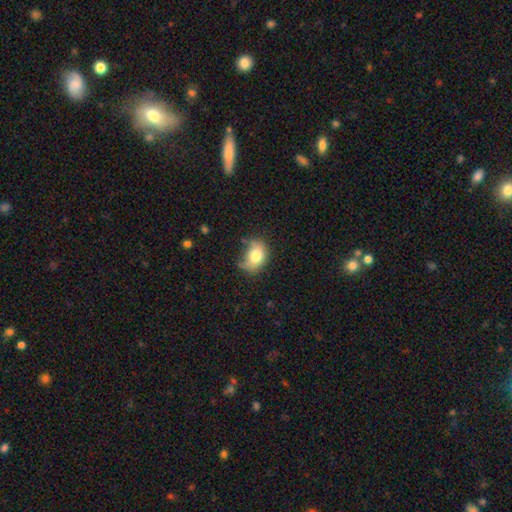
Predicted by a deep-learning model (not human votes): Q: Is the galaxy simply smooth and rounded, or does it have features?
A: smooth — 76%.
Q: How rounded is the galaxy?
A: in between — 75%.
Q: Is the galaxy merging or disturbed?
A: none — 50%.